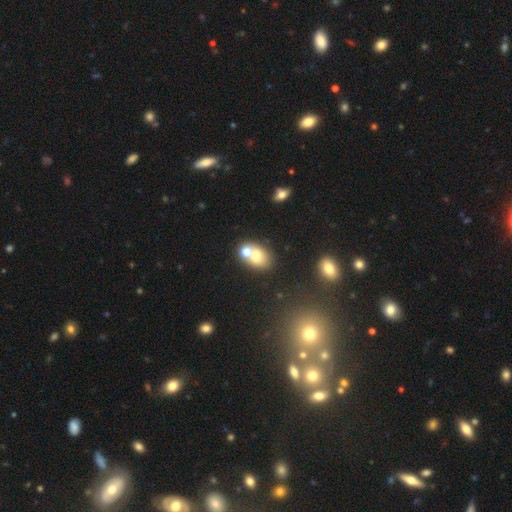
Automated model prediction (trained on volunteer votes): A smooth galaxy with no disk features (66%) that is in between round and cigar-shaped (54%). Merging: merger (48%).